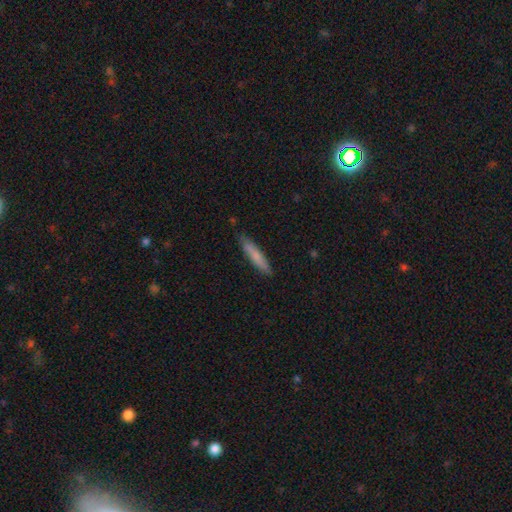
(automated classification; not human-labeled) Smooth or featured? smooth (73%)
How rounded? cigar-shaped (89%)
Merging? none (82%)